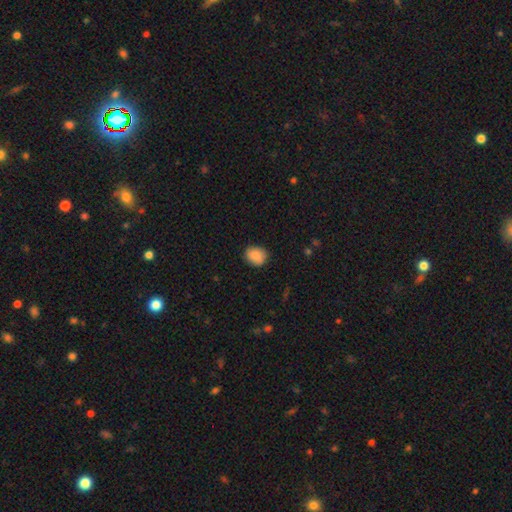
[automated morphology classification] Smooth or featured?
  - smooth: 87% *
  - star or artifact: 8%
  - featured or disk: 5%
How rounded?
  - round: 59% *
  - in between: 40%
  - cigar-shaped: 1%
Merging?
  - none: 83% *
  - minor disturbance: 13%
  - major disturbance: 3%
  - merger: 1%